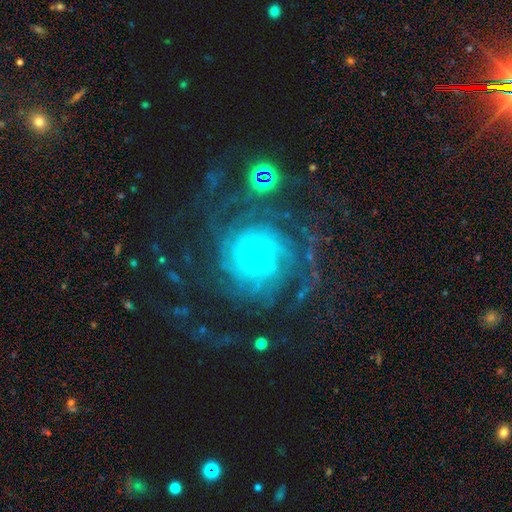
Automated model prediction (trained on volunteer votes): smooth-or-featured: featured or disk: 85% | star or artifact: 8% | smooth: 7%
  disk-edge-on: no: 98% | yes: 2%
    bar: no: 71% | weak: 23% | strong: 6%
    has-spiral-arms: yes: 97% | no: 3%
      spiral-winding: tight: 71% | medium: 22% | loose: 7%
      spiral-arm-count: can't tell: 27% | more than 4: 21% | 4: 19% | 3: 13% | 2: 12% | 1: 9%
    bulge-size: small: 81% | moderate: 14% | large: 2% | none: 2% | dominant: 1%
  merging: none: 69% | minor disturbance: 14% | major disturbance: 13% | merger: 4%